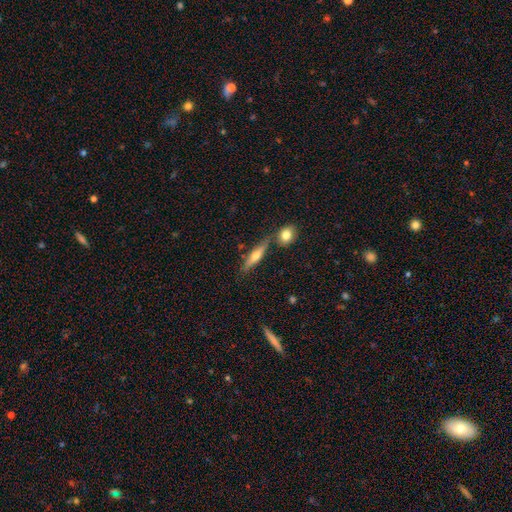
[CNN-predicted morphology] A featured or disk galaxy (48%). Merging: none (67%).